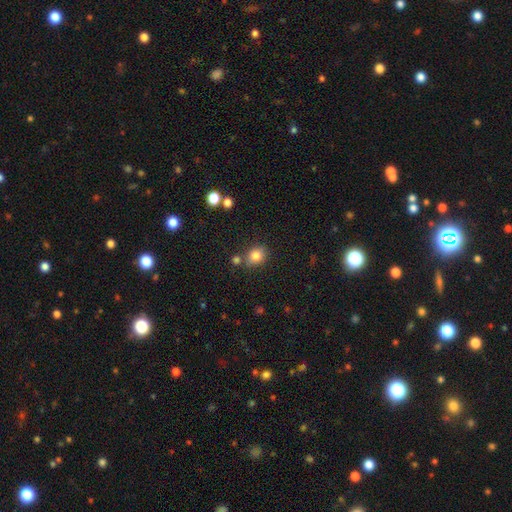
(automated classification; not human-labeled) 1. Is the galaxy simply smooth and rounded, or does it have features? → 82% smooth, 11% star or artifact, 7% featured or disk.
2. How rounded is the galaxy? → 51% round, 48% in between, 1% cigar-shaped.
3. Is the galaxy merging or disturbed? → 72% none, 13% minor disturbance, 12% merger, 4% major disturbance.